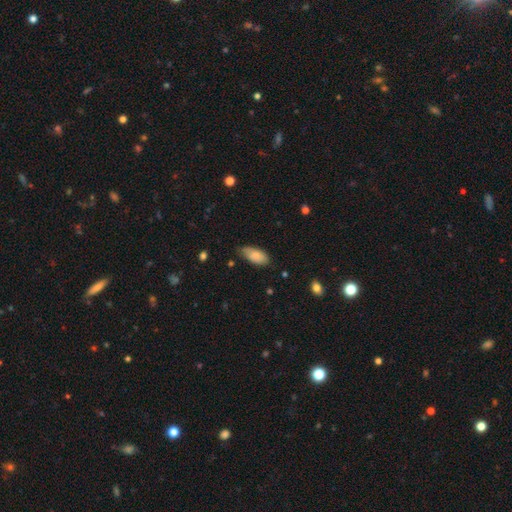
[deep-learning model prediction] Smooth or featured? smooth (83%)
How rounded? in between (90%)
Merging? none (66%)